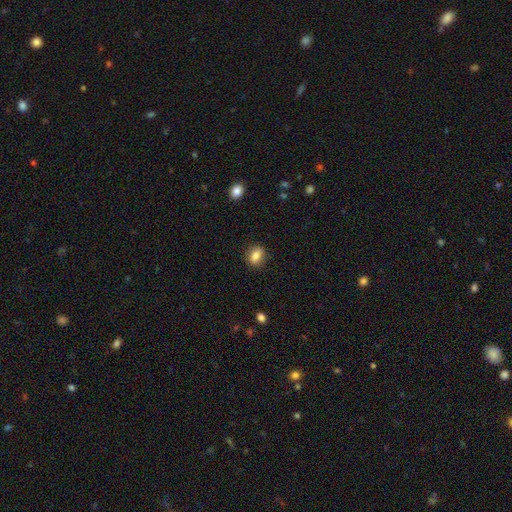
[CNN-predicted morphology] smooth-or-featured: smooth: 82% | featured or disk: 10% | star or artifact: 8%
  how-rounded: in between: 68% | round: 28% | cigar-shaped: 4%
  merging: none: 86% | minor disturbance: 10% | major disturbance: 3% | merger: 1%